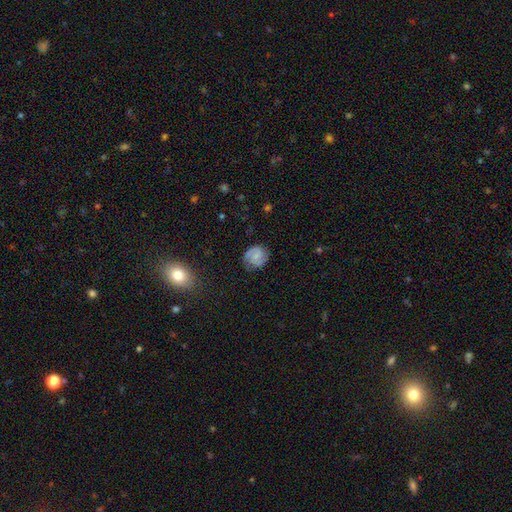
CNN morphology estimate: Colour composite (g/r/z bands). It shows a featured or disk galaxy (57%) with no bar (55%), 2 (77%) tight (43%, tied with medium) spiral arms (92%) and a small central bulge (42%). Merging: none (75%).